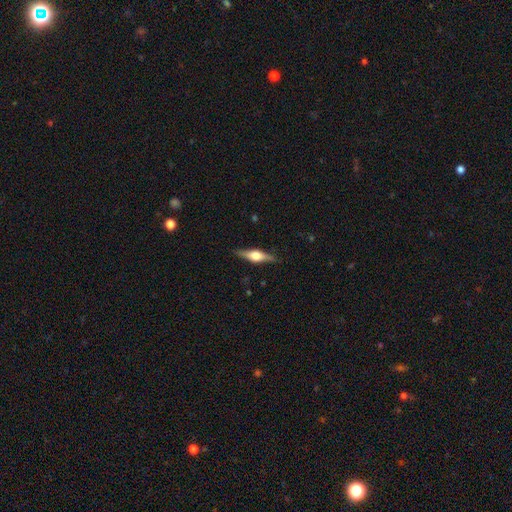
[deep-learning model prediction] smooth_or_featured: featured or disk (p=0.67) [alt: smooth p=0.27]
disk_edge_on: yes (p=0.96) [alt: no p=0.04]
edge_on_bulge: rounded (p=0.92) [alt: boxy p=0.06]
merging: none (p=0.88) [alt: minor disturbance p=0.09]